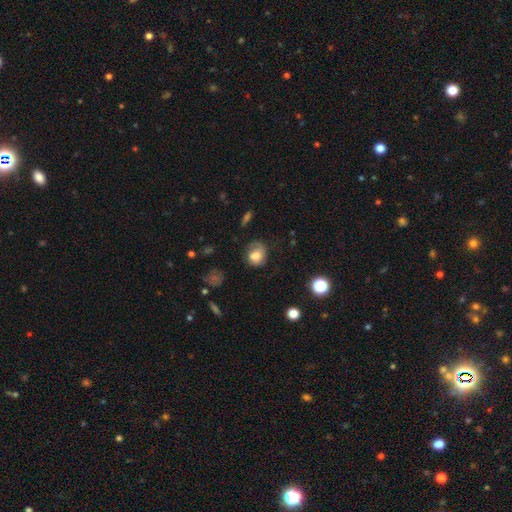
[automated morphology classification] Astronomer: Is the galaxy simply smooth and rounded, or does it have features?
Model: smooth — 72%.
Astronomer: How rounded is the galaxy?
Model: round — 59% (runner-up: in between, 40%).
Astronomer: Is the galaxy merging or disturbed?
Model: none — 48% (runner-up: minor disturbance, 31%).